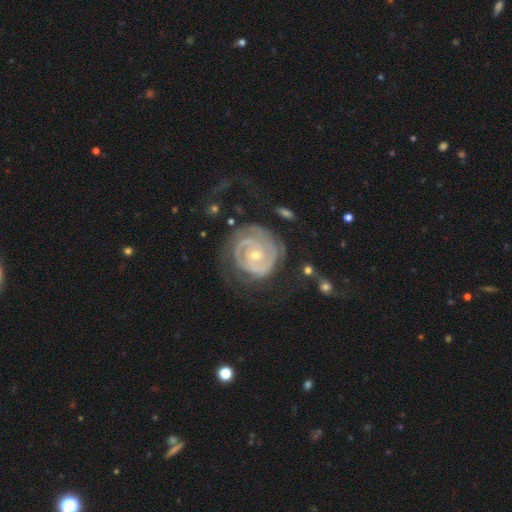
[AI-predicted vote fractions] featured or disk 89%, smooth 6%, star or artifact 5%. Down the decision tree: edge-on disk — no (98%); bar — no (68%); spiral arms — yes (96%); spiral arm count — 2 (44%); spiral winding — tight (80%); bulge size — small (61%); merging — none (62%).